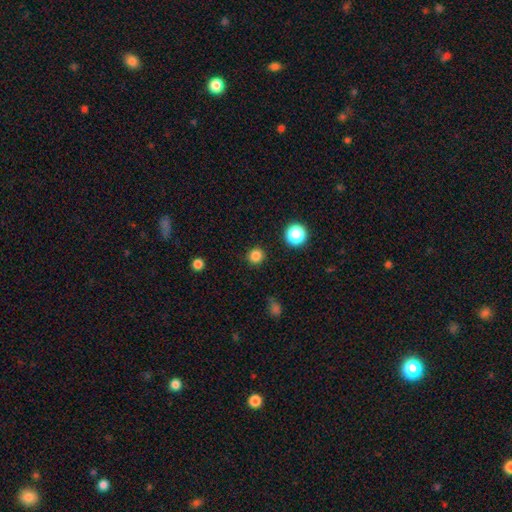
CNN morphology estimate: Q: Smooth or featured?
A: smooth (83%); runner-up: star or artifact (13%)
Q: How rounded?
A: round (93%); runner-up: in between (6%)
Q: Merging?
A: none (90%); runner-up: minor disturbance (6%)